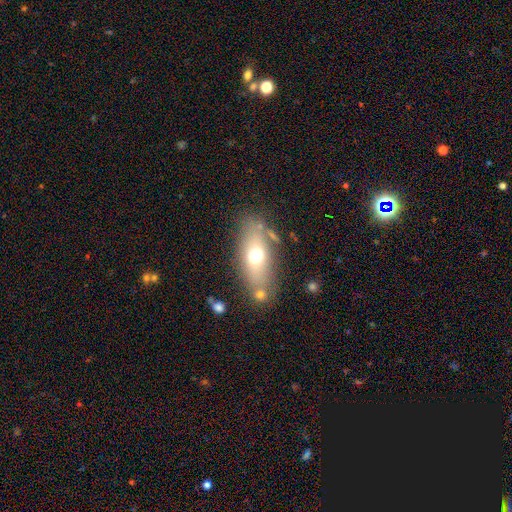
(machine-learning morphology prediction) type=smooth (61%); roundness=in between (75%); merging=none (72%).